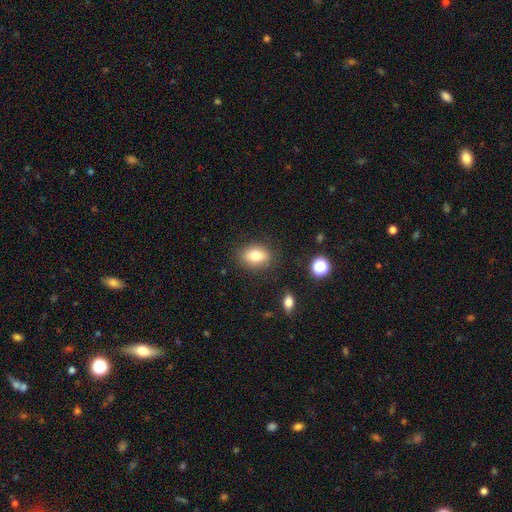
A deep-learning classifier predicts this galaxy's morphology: smooth 78%, featured or disk 12%, star or artifact 10%. Down the decision tree: how rounded — in between (71%); merging — none (84%).